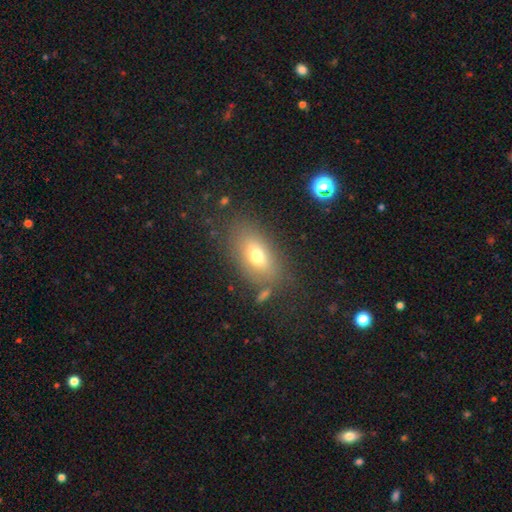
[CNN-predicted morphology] smooth-or-featured: smooth: 69% | featured or disk: 19% | star or artifact: 12%
  how-rounded: in between: 84% | round: 12% | cigar-shaped: 4%
  merging: none: 76% | minor disturbance: 13% | major disturbance: 6% | merger: 5%